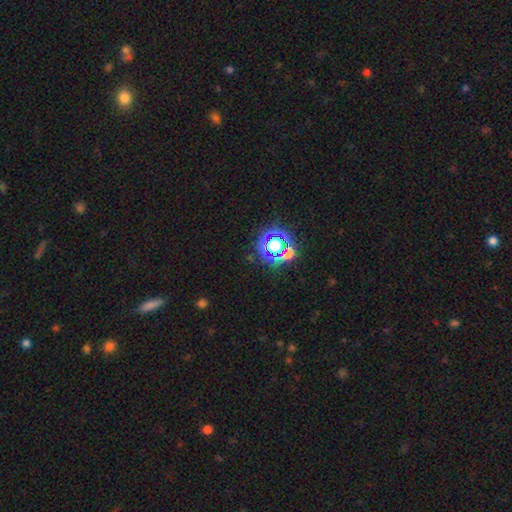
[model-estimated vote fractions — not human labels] This is likely a star or artifact rather than a galaxy (75%).